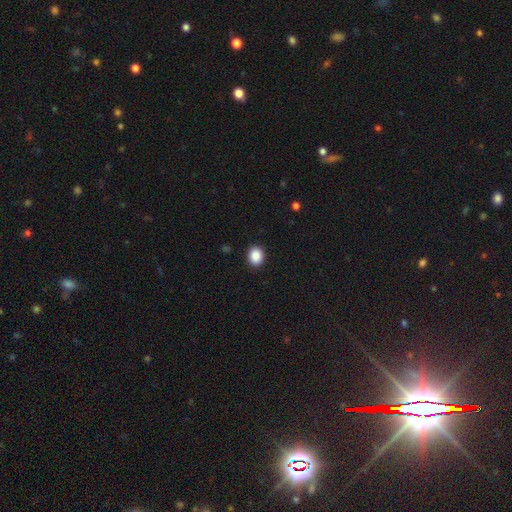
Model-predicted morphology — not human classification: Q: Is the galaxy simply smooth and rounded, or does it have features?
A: smooth — 89%.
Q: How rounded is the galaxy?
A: in between — 51%.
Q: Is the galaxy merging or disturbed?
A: none — 91%.